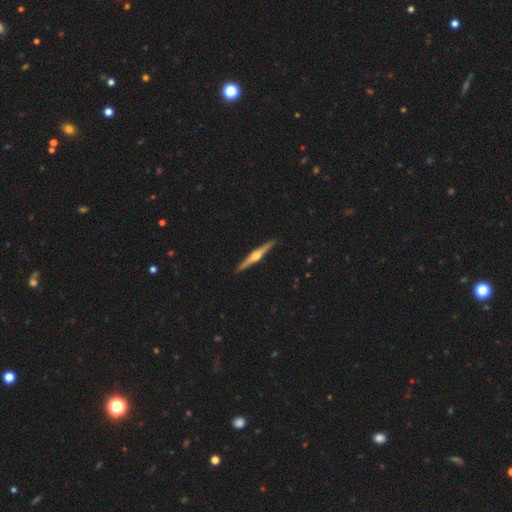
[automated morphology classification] Smooth or featured? Predicted: featured or disk (p=0.80). Edge-on disk? Predicted: yes (p=0.98). Edge-on bulge? Predicted: rounded (p=0.94). Merging? Predicted: none (p=0.92).